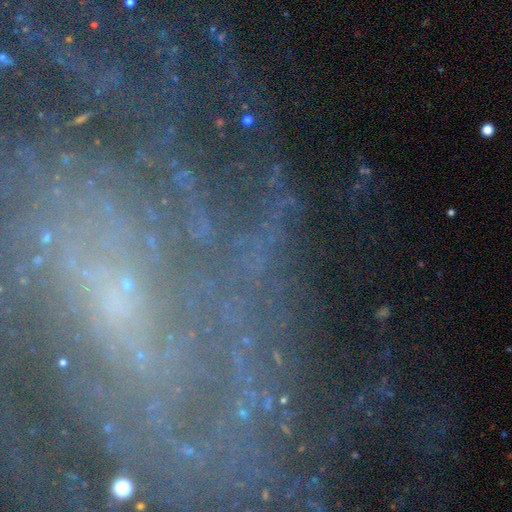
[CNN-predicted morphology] This appears to be a featured or disk galaxy (62%) with no bar (56%), tight (66%) spiral arms (88%) and a small central bulge (65%). Merging: none (70%).